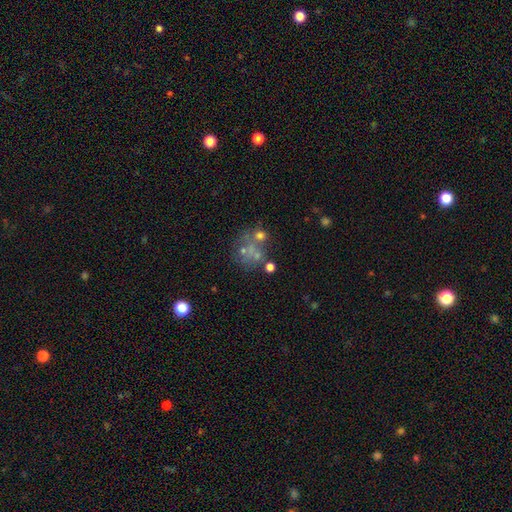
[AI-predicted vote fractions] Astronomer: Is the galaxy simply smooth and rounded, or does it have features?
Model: smooth — 40% (runner-up: featured or disk, 34%).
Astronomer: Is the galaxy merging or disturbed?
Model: none — 47% (runner-up: merger, 27%).